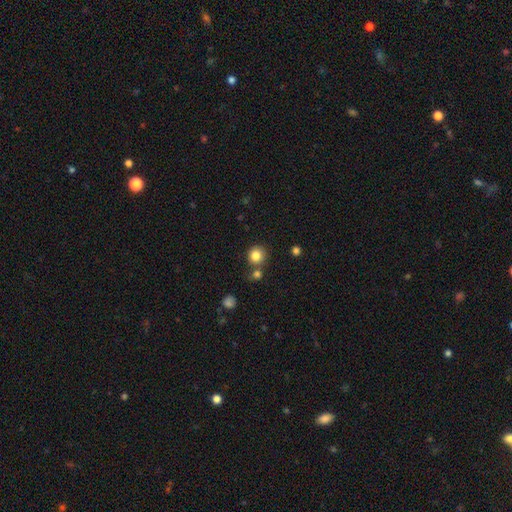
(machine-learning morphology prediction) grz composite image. It shows a smooth galaxy with no disk features (83%) that is round (91%). Merging: none (73%).